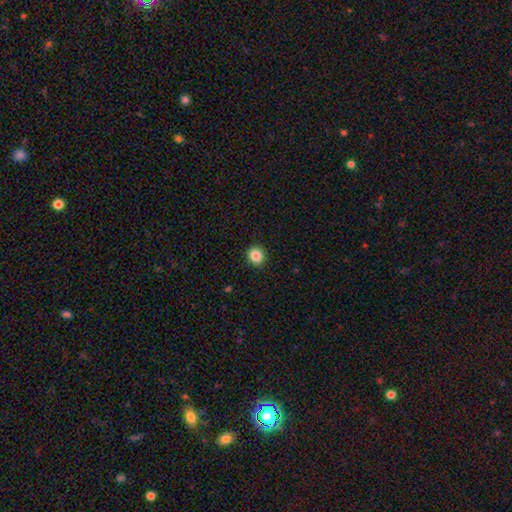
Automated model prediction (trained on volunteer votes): Smooth or featured? Predicted: smooth (p=0.86). How rounded? Predicted: round (p=0.74). Merging? Predicted: none (p=0.89).